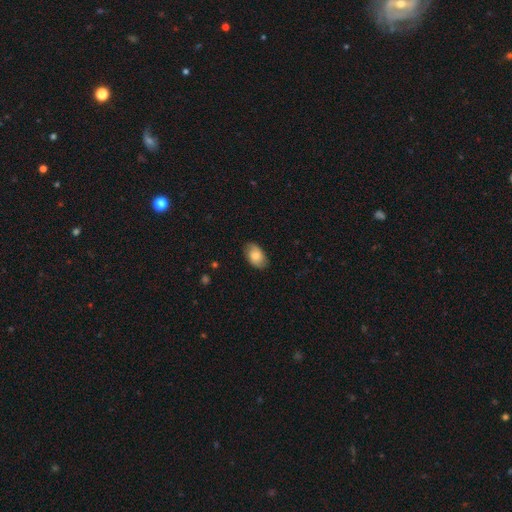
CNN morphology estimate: A smooth galaxy with no disk features (73%) that is in between round and cigar-shaped (91%). Merging: none (82%).